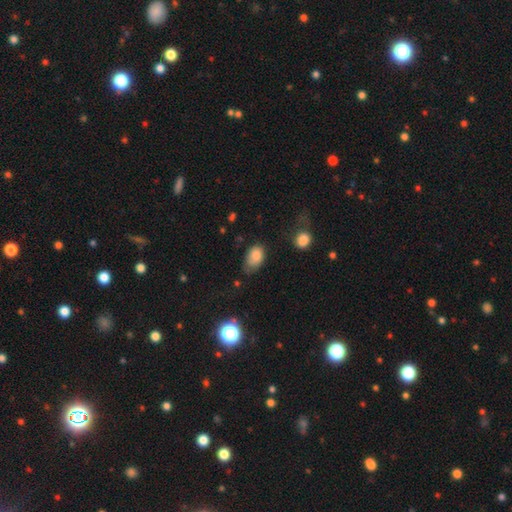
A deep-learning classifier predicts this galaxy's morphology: smooth-or-featured: smooth: 82% | star or artifact: 9% | featured or disk: 9%
  how-rounded: in between: 86% | round: 13% | cigar-shaped: 1%
  merging: none: 43% | minor disturbance: 38% | major disturbance: 15% | merger: 3%